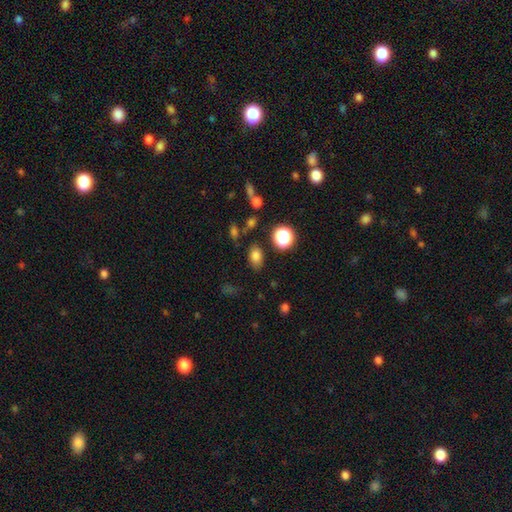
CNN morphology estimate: Smooth or featured? Predicted: smooth (p=0.78). How rounded? Predicted: in between (p=0.80). Merging? Predicted: none (p=0.79).